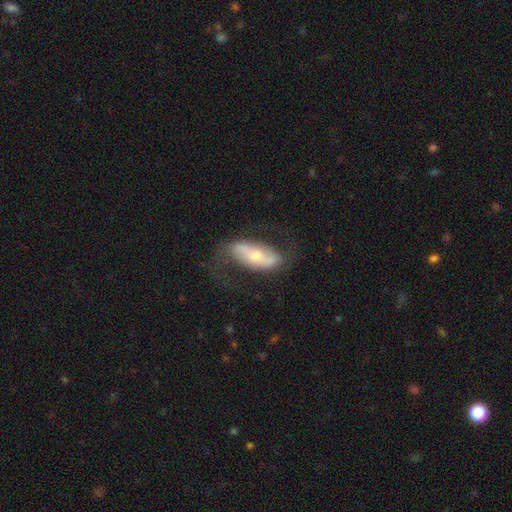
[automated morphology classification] Q: Smooth or featured?
A: featured or disk (67%); runner-up: smooth (27%)
Q: Edge-on disk?
A: no (85%); runner-up: yes (15%)
Q: Bar?
A: strong (40%); runner-up: no (35%)
Q: Spiral arms?
A: yes (76%); runner-up: no (24%)
Q: Bulge size?
A: moderate (53%); runner-up: small (40%)
Q: Merging?
A: none (66%); runner-up: minor disturbance (19%)